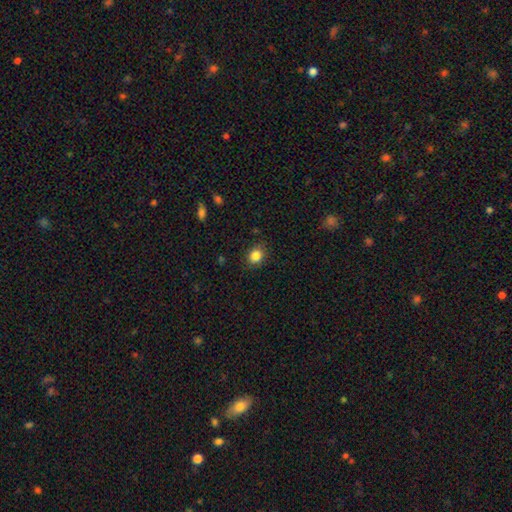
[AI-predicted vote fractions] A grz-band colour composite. It shows a smooth galaxy with no disk features (85%) that is round (62%). Merging: none (86%).